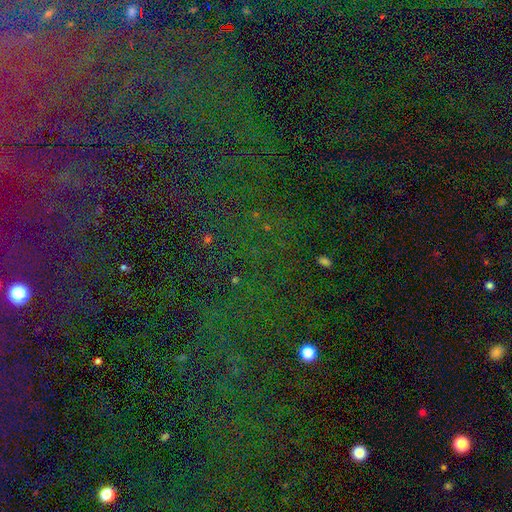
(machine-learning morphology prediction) A star or artifact, not a galaxy (82%).